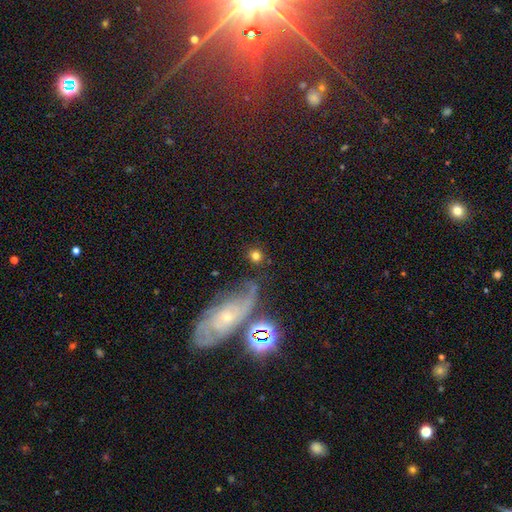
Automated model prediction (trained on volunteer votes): This appears to be a smooth galaxy with no disk features (74%) that is round (86%). Merging: none (77%).